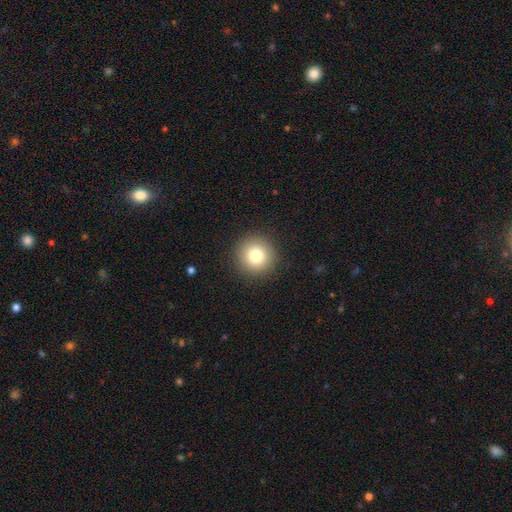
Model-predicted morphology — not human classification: Smooth or featured?
  - smooth: 80% *
  - star or artifact: 11%
  - featured or disk: 10%
How rounded?
  - round: 95% *
  - in between: 4%
  - cigar-shaped: 1%
Merging?
  - none: 92% *
  - minor disturbance: 5%
  - major disturbance: 2%
  - merger: 1%